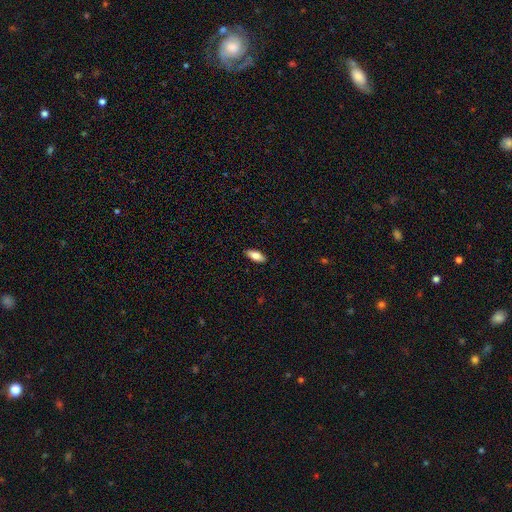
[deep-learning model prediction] Smooth or featured: smooth — 75% (featured or disk — 19%)
How rounded: in between — 82% (cigar-shaped — 15%)
Merging: none — 89% (minor disturbance — 8%)